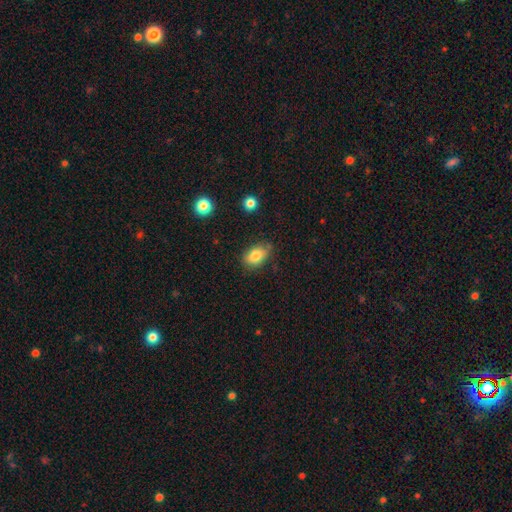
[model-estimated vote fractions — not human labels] Overall: smooth (82%). How rounded: in between (86%). Merging: none (75%).